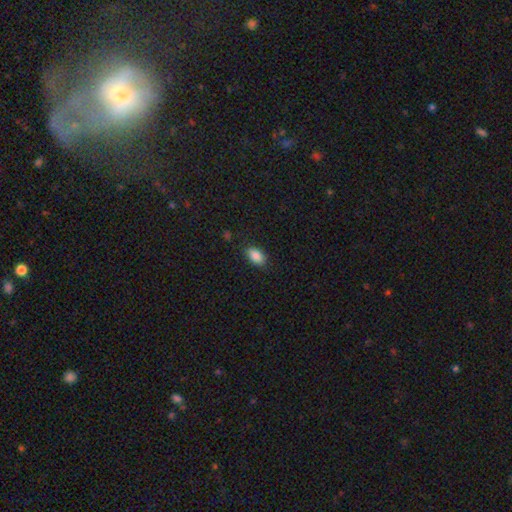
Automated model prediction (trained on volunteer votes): Smooth or featured? smooth (88%)
How rounded? in between (91%)
Merging? none (84%)